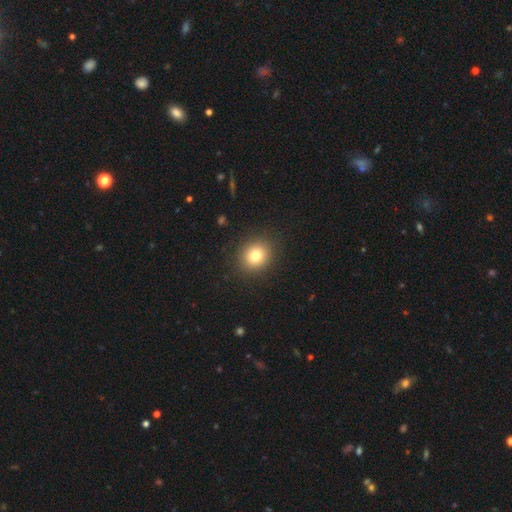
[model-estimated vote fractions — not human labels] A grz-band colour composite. It shows a smooth galaxy with no disk features (79%) that is round (81%). Merging: none (90%).